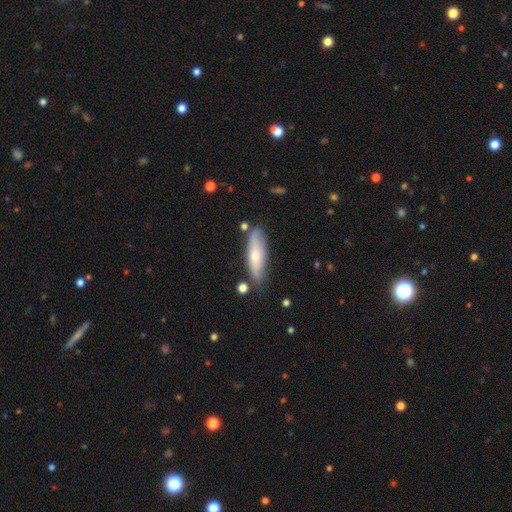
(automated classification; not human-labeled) The model was most divided on "how rounded": cigar-shaped: 56%, in between: 42%, round: 2%. More confident: merging — none (73%); smooth or featured — smooth (58%).